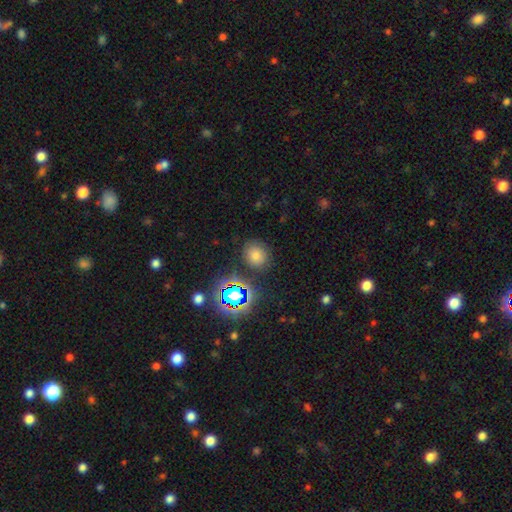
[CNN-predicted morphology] Smooth or featured?
  - smooth: 65% *
  - star or artifact: 26%
  - featured or disk: 9%
How rounded?
  - round: 66% *
  - in between: 33%
  - cigar-shaped: 1%
Merging?
  - none: 83% *
  - minor disturbance: 10%
  - major disturbance: 3%
  - merger: 3%